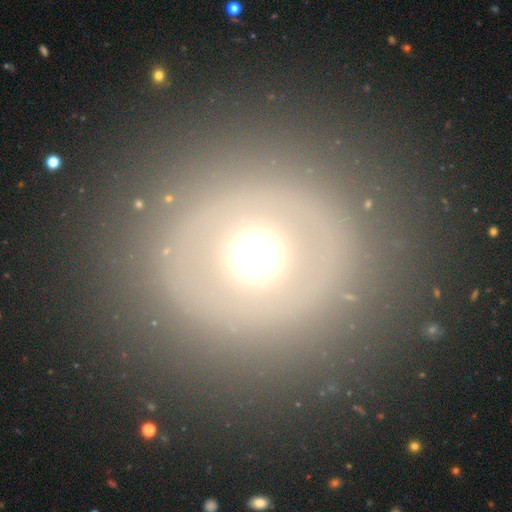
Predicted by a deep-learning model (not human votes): The model was most divided on "smooth or featured": smooth: 50%, featured or disk: 35%, star or artifact: 15%. More confident: how rounded — round (88%); merging — none (84%).